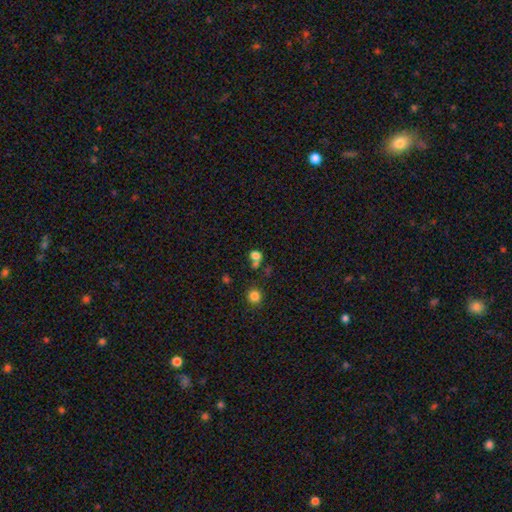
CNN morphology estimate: A smooth galaxy with no disk features (75%) that is round (54%).

Vote fractions:
- Smooth or featured? smooth: 75% / star or artifact: 16% / featured or disk: 9%
- How rounded? round: 54% / in between: 45% / cigar-shaped: 1%
- Merging? none: 45% / merger: 37% / minor disturbance: 12% / major disturbance: 7%